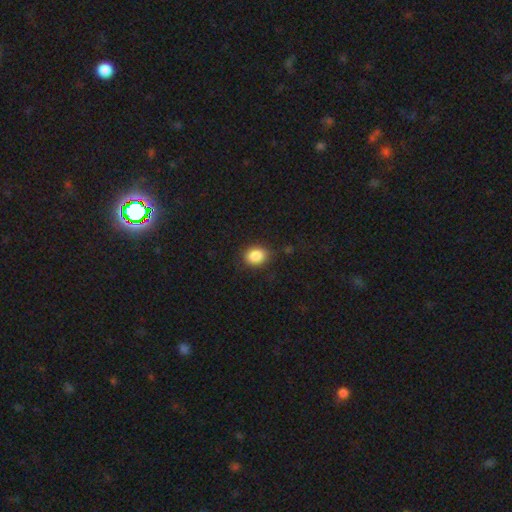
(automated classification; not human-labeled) Overall: smooth (87%). How rounded: in between (50%; round 49%). Merging: none (82%).